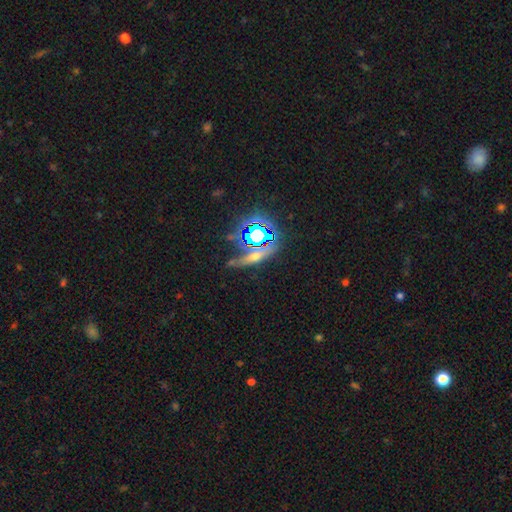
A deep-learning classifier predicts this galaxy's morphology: type=star or artifact (45%).